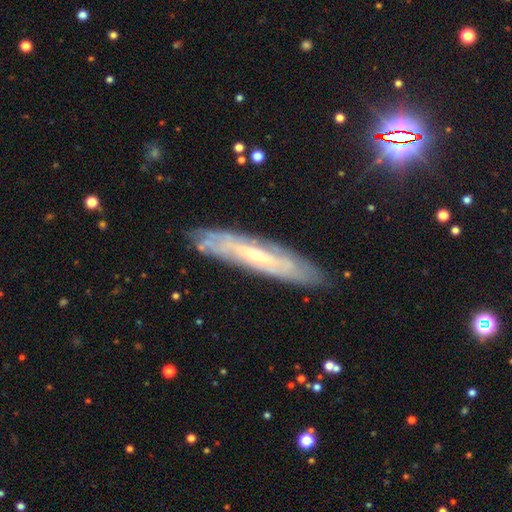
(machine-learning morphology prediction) featured or disk 74%, smooth 18%, star or artifact 8%. Down the decision tree: edge-on disk — no (52%); merging — none (84%).